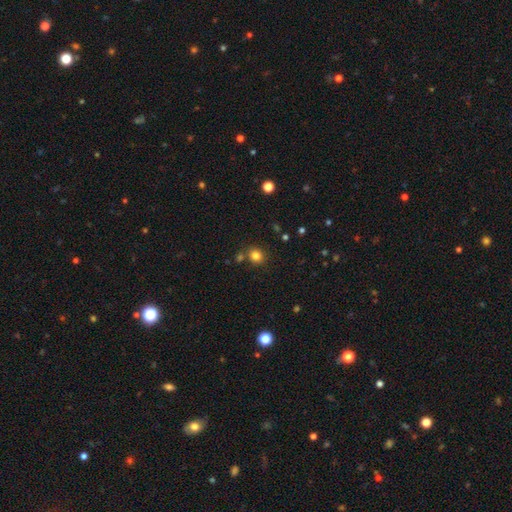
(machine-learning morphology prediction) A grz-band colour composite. It shows a smooth galaxy with no disk features (81%) that is round (81%). Merging: none (76%).